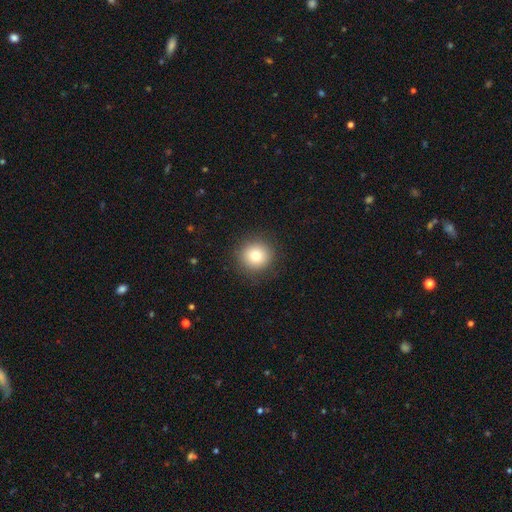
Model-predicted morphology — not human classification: type=smooth (80%); roundness=round (92%); merging=none (90%).